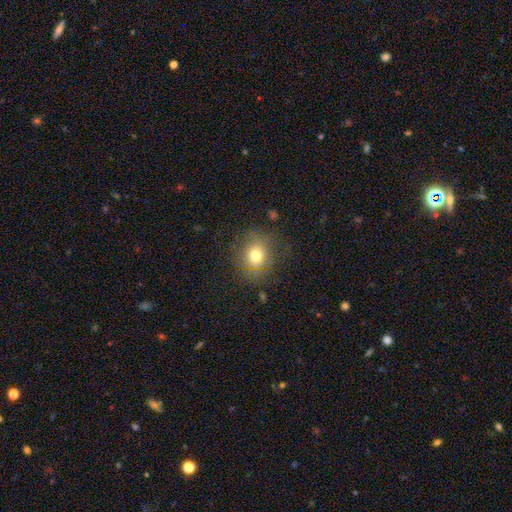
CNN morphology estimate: Smooth or featured? smooth (73%)
How rounded? round (74%)
Merging? none (78%)